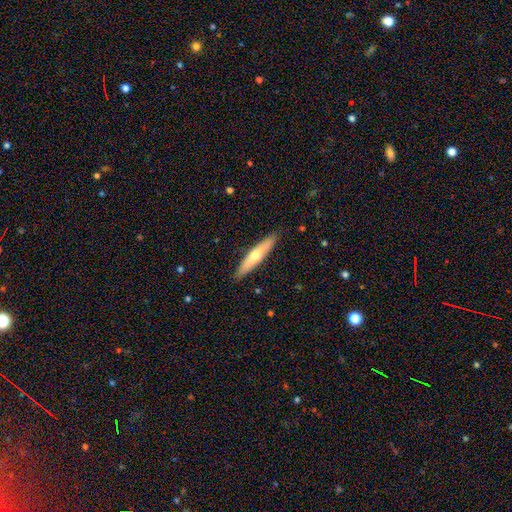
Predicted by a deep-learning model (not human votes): Smooth or featured?
  - smooth: 51% *
  - featured or disk: 44%
  - star or artifact: 5%
How rounded?
  - cigar-shaped: 82% *
  - in between: 16%
  - round: 2%
Merging?
  - none: 88% *
  - minor disturbance: 9%
  - major disturbance: 2%
  - merger: 1%